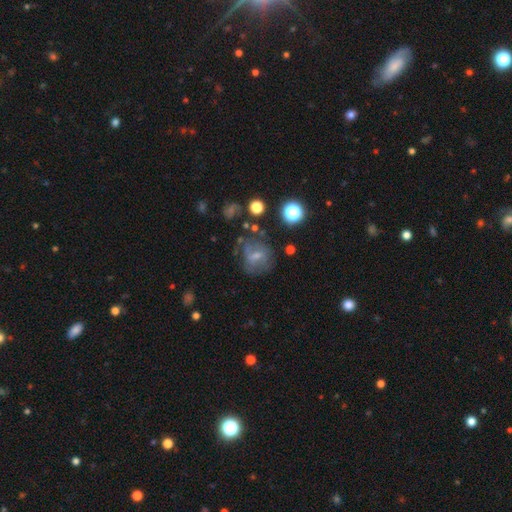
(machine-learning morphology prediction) This appears to be a smooth galaxy with no disk features (47%). Merging: none (56%).